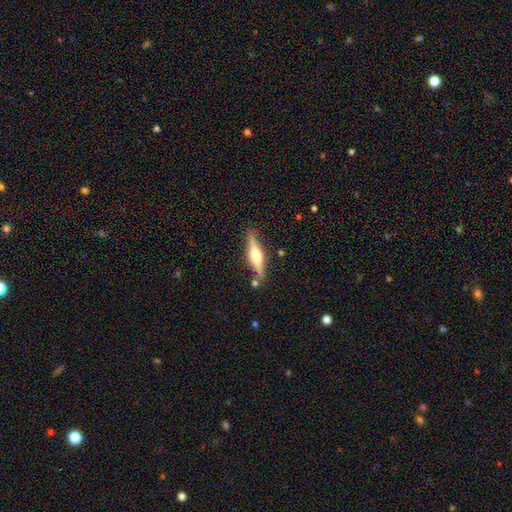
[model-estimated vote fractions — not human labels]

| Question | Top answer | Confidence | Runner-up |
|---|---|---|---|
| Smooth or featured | featured or disk | 68% | smooth (27%) |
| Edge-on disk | yes | 97% | no (3%) |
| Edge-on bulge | rounded | 94% | boxy (4%) |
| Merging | none | 84% | minor disturbance (10%) |